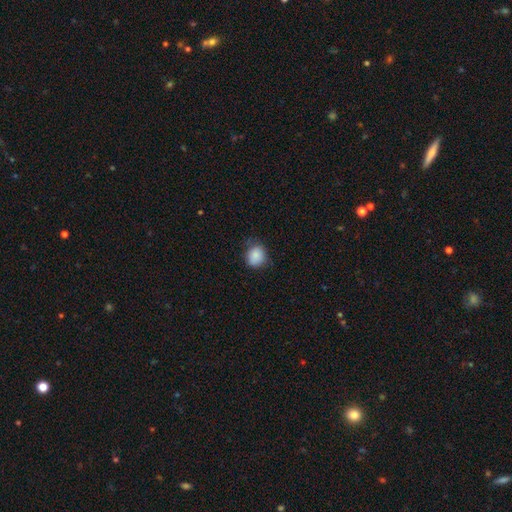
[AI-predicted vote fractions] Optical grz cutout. It shows a smooth galaxy with no disk features (87%) that is round (67%). Merging: none (70%).